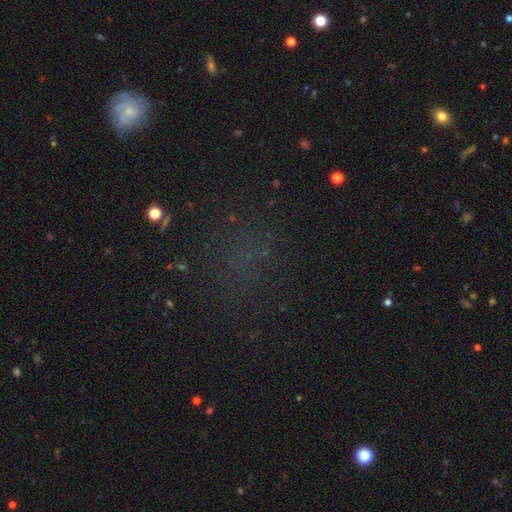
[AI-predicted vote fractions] smooth-or-featured: star or artifact: 50% | smooth: 34% | featured or disk: 16%